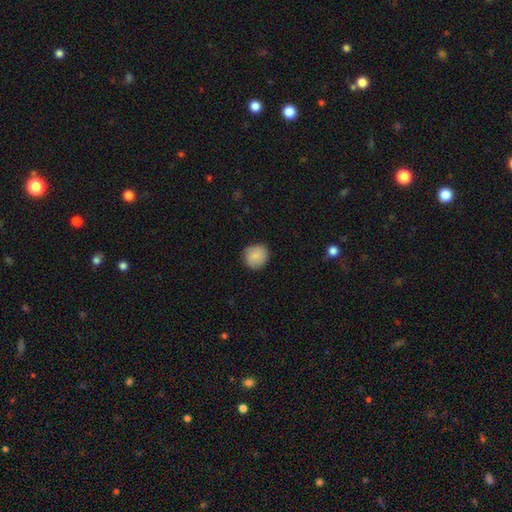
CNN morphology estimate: This appears to be a smooth galaxy with no disk features (81%) that is round (90%). Merging: none (84%).